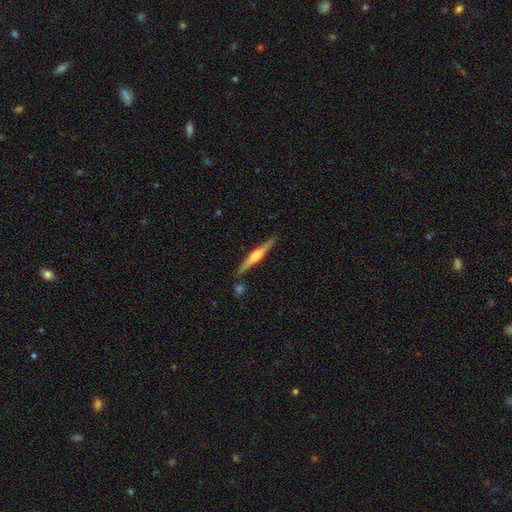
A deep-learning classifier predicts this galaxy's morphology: A featured or disk galaxy (67%) viewed edge-on (97%) with a rounded central bulge (70%). Merging: none (85%).